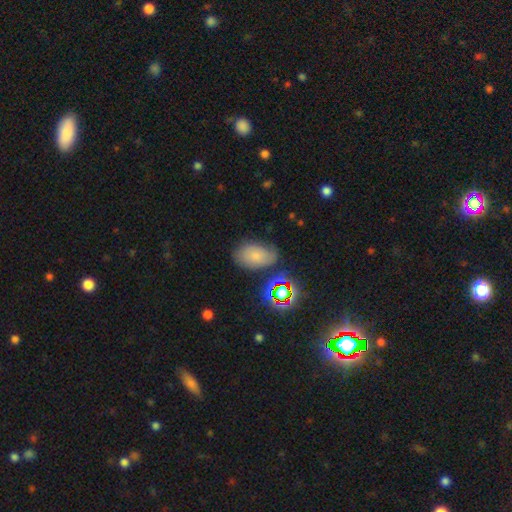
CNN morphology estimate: Q: Smooth or featured?
A: smooth (64%); runner-up: star or artifact (18%)
Q: How rounded?
A: in between (88%); runner-up: round (11%)
Q: Merging?
A: none (67%); runner-up: minor disturbance (21%)